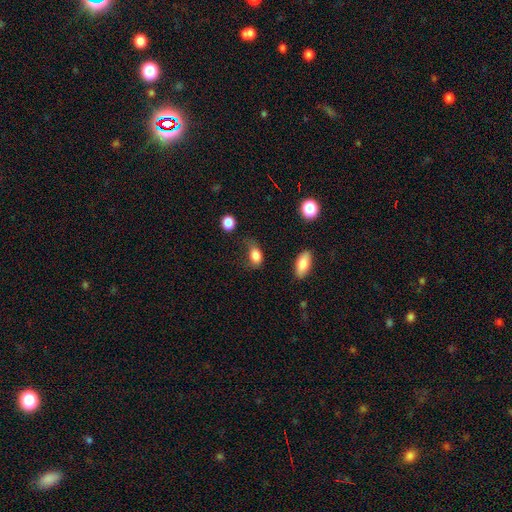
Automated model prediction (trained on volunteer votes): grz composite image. It shows a smooth galaxy with no disk features (84%) that is in between round and cigar-shaped (81%). Merging: none (41%).